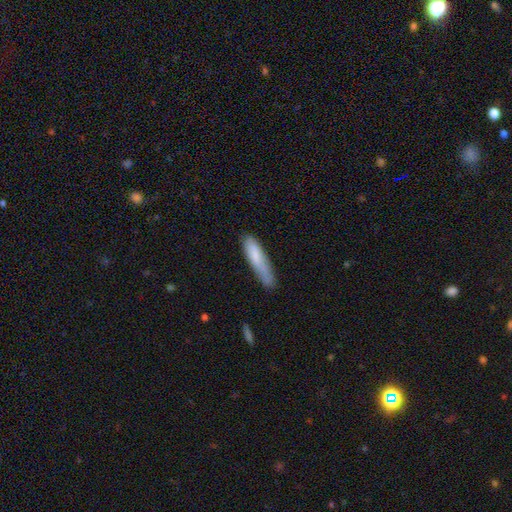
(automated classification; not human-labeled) This appears to be a smooth galaxy with no disk features (76%) that is cigar-shaped (78%). Merging: none (60%).